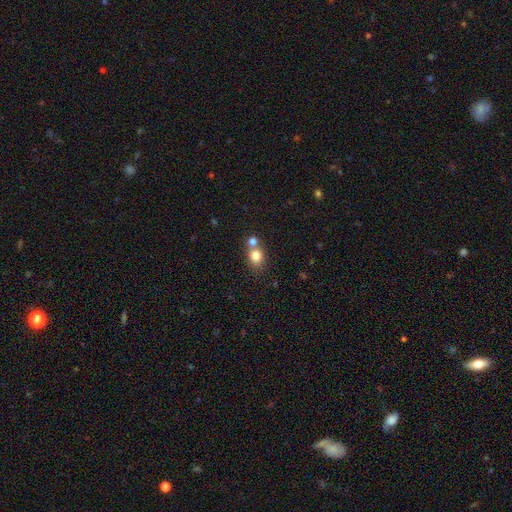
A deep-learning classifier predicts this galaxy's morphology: A smooth galaxy with no disk features (80%) that is round (59%). Merging: none (52%).